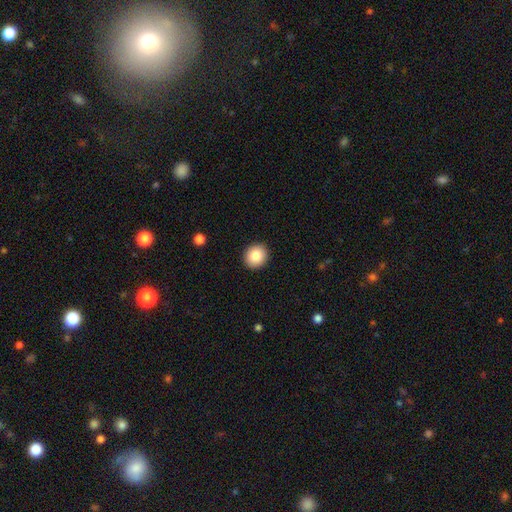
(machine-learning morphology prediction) smooth_or_featured: smooth (p=0.84) [alt: star or artifact p=0.09]
how_rounded: round (p=0.83) [alt: in between p=0.17]
merging: none (p=0.92) [alt: minor disturbance p=0.05]